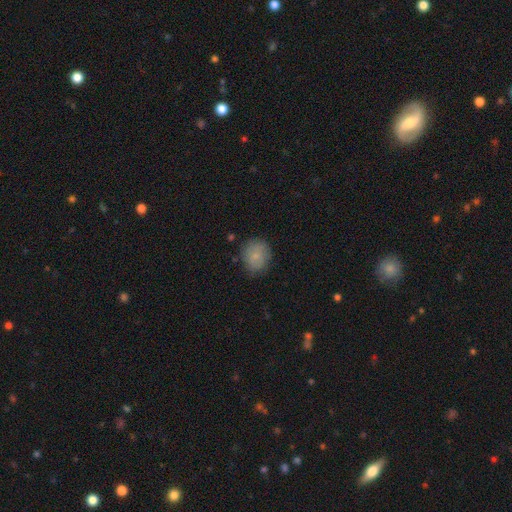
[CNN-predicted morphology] The model was most divided on "how rounded": round: 70%, in between: 29%, cigar-shaped: 1%. More confident: merging — none (76%); smooth or featured — smooth (76%).